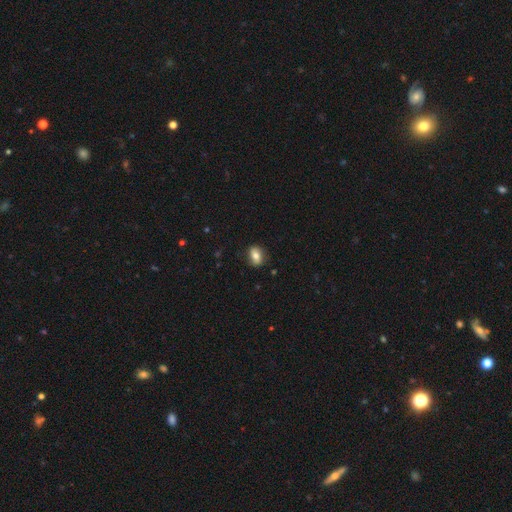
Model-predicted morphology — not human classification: Smooth or featured? smooth (70%)
How rounded? in between (70%)
Merging? none (81%)